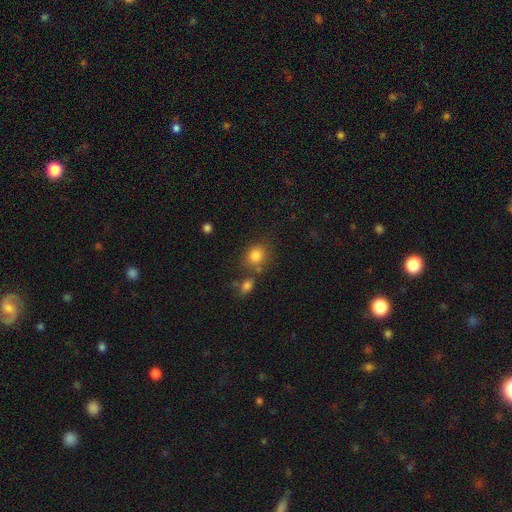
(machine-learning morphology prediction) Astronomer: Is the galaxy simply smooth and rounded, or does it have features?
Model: smooth — 82%.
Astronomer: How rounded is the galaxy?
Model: round — 73%.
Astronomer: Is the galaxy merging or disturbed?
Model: none — 66%.